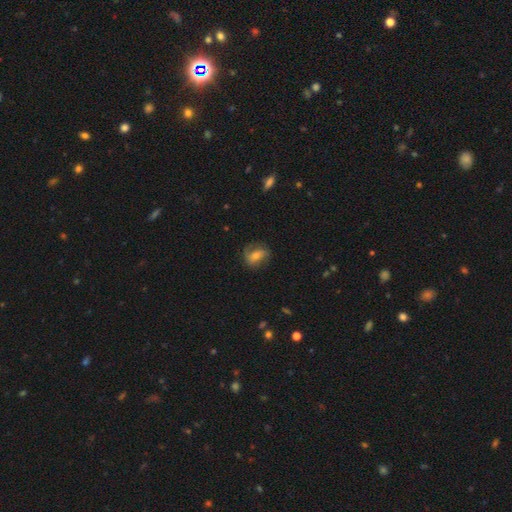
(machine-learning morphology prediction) type=featured or disk (53%); edge-on=no (94%); merging=none (68%).